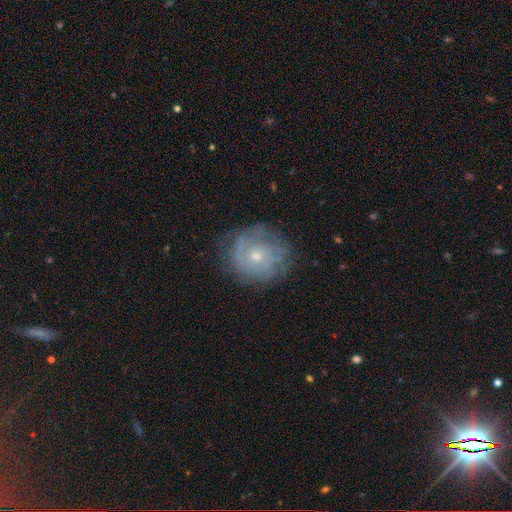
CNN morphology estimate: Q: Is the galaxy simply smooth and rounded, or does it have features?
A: featured or disk — 58%.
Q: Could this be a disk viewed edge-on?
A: no — 97%.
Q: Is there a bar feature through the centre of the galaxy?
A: no — 80%.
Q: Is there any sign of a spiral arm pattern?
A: yes — 81%.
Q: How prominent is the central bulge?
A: small — 60%.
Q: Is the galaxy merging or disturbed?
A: none — 78%.